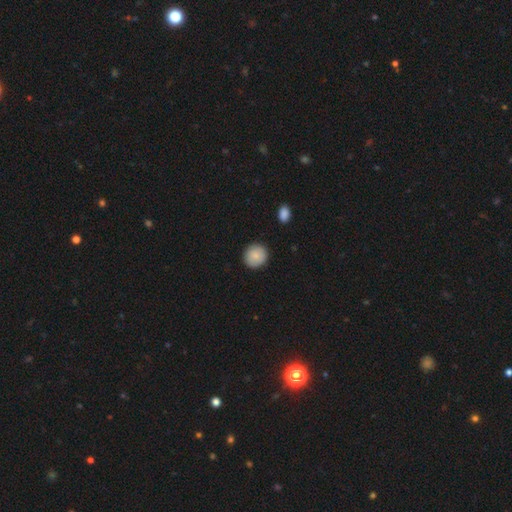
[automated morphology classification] This is clearly a smooth galaxy (86%). How rounded: clearly round (91%). Merging: clearly none (90%).